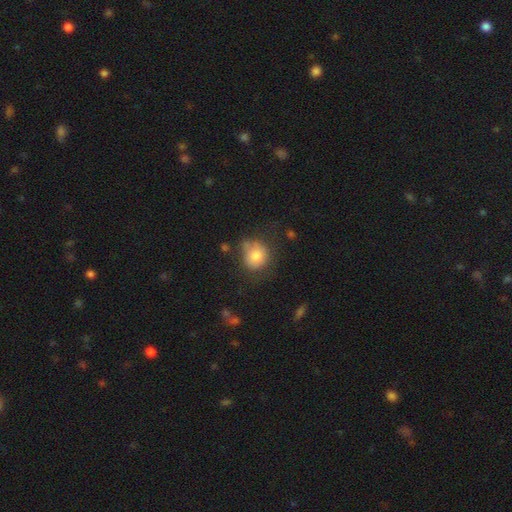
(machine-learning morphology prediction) This appears to be a smooth galaxy with no disk features (79%) that is round (82%). Merging: none (55%).